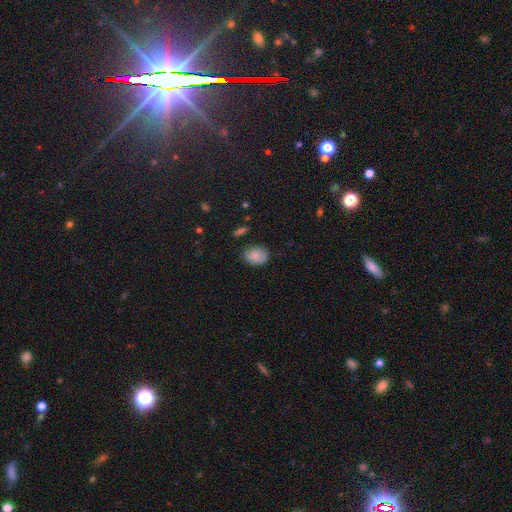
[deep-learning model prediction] Q: Smooth or featured?
A: smooth (86%); runner-up: star or artifact (8%)
Q: How rounded?
A: in between (65%); runner-up: round (34%)
Q: Merging?
A: none (78%); runner-up: minor disturbance (17%)